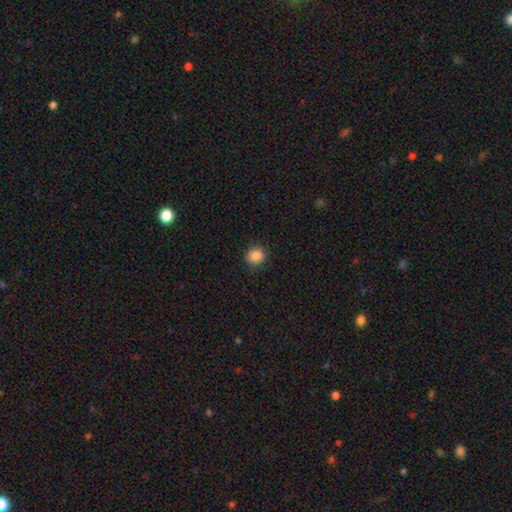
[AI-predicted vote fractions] Smooth or featured? smooth (87%)
How rounded? round (88%)
Merging? none (87%)